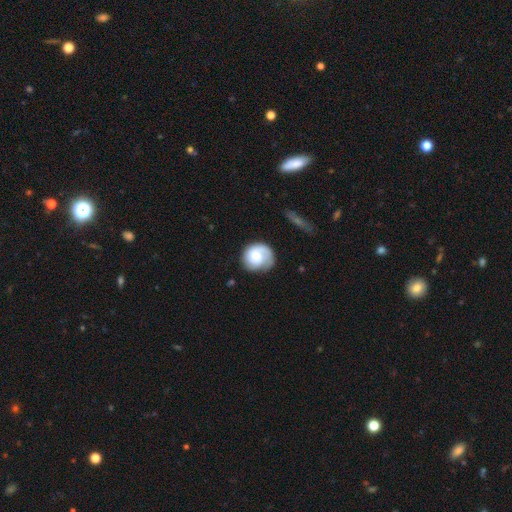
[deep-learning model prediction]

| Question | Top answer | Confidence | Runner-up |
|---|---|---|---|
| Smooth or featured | featured or disk | 54% | smooth (39%) |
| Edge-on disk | no | 97% | yes (3%) |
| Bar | no | 75% | weak (21%) |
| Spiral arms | yes | 86% | no (14%) |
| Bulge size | moderate | 59% | small (26%) |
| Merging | none | 66% | minor disturbance (21%) |